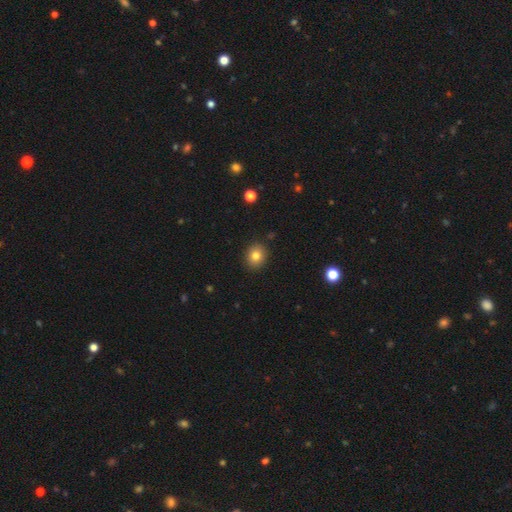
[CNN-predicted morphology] Q: Smooth or featured?
A: smooth (81%); runner-up: star or artifact (11%)
Q: How rounded?
A: round (67%); runner-up: in between (32%)
Q: Merging?
A: none (90%); runner-up: minor disturbance (7%)